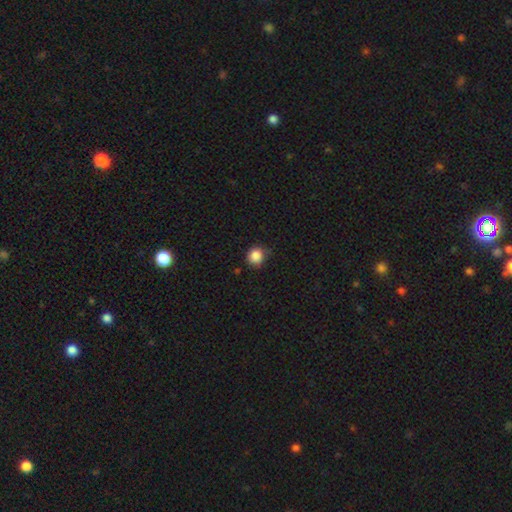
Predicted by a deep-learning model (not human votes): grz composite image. It shows a smooth galaxy with no disk features (86%) that is round (90%). Merging: none (74%).